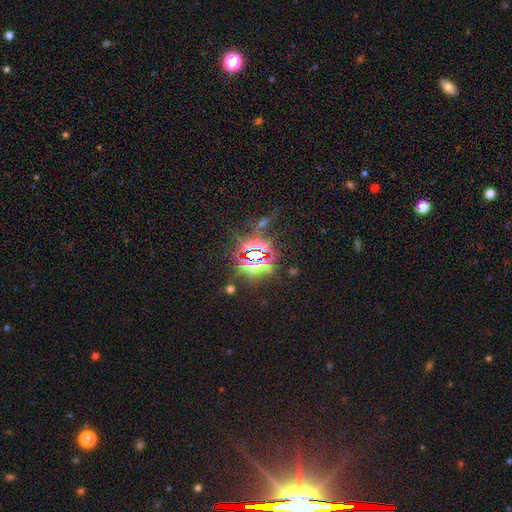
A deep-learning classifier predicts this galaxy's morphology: smooth_or_featured: star or artifact (p=0.81) [alt: smooth p=0.11]